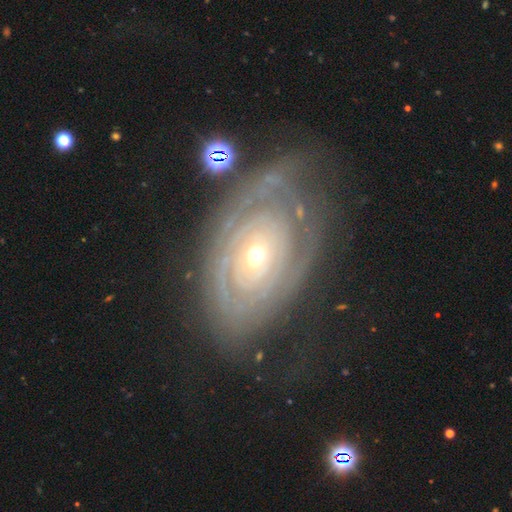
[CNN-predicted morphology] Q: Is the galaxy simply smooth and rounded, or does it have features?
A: featured or disk — 82%.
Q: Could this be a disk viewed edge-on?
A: no — 94%.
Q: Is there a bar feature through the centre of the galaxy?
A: no — 82%.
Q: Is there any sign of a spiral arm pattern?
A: yes — 79%.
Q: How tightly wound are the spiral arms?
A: tight — 80%.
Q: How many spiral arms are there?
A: can't tell — 50%.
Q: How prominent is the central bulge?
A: small — 52%.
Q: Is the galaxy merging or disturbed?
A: none — 62%.